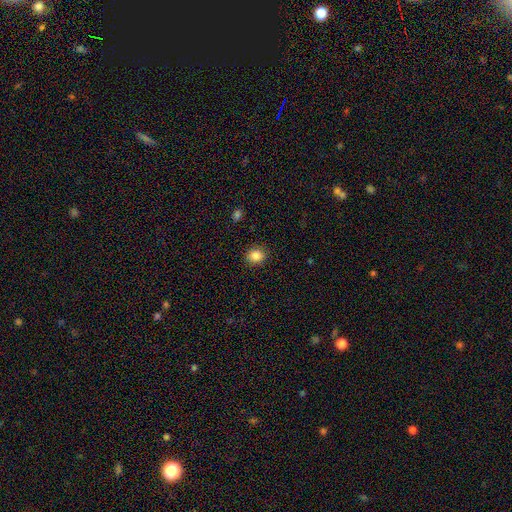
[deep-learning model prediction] The model was most divided on "how rounded": round: 71%, in between: 28%, cigar-shaped: 1%. More confident: merging — none (89%); smooth or featured — smooth (86%).